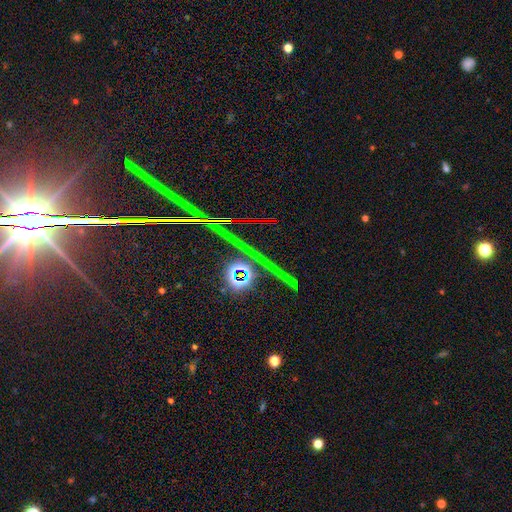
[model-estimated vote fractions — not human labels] Smooth or featured? Predicted: star or artifact (p=0.77).